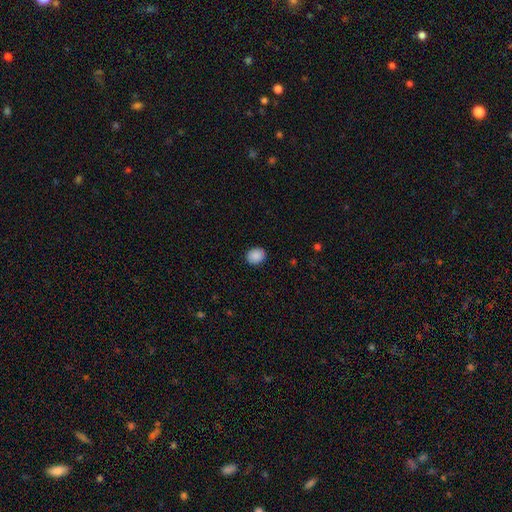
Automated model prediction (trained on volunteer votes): The model was most divided on "how rounded": round: 62%, in between: 37%, cigar-shaped: 1%. More confident: merging — none (90%); smooth or featured — smooth (89%).